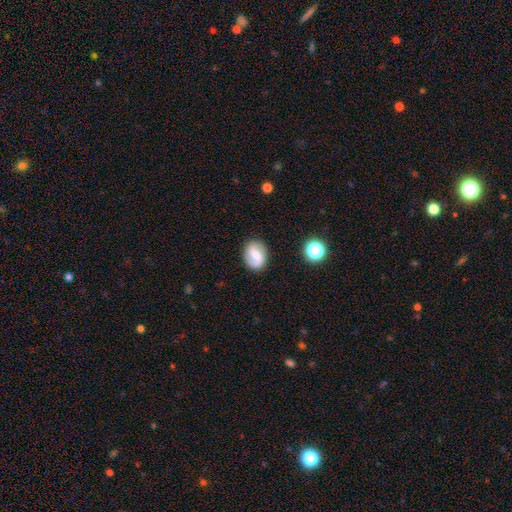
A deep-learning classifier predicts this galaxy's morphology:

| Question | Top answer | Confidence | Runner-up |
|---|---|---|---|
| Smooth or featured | featured or disk | 60% | smooth (32%) |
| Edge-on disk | no | 97% | yes (3%) |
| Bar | weak | 49% | strong (31%) |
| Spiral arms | yes | 86% | no (14%) |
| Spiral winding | loose | 40% | medium (39%) |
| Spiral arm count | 2 | 78% | 1 (13%) |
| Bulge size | moderate | 43% | small (31%) |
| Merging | none | 82% | minor disturbance (13%) |